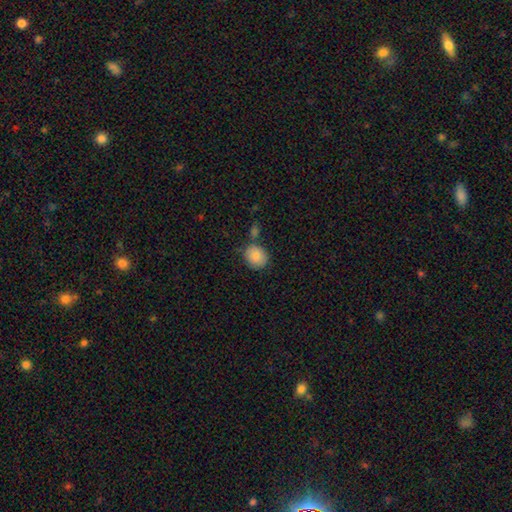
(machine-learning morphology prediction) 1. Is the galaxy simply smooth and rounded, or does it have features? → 88% smooth, 7% star or artifact, 5% featured or disk.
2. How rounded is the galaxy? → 71% round, 28% in between, 1% cigar-shaped.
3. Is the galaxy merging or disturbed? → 67% none, 16% minor disturbance, 13% merger, 4% major disturbance.